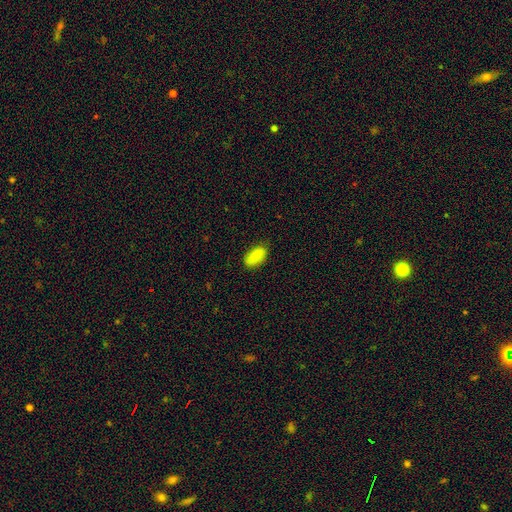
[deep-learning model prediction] Overall: smooth (89%). How rounded: in between (90%). Merging: none (81%).